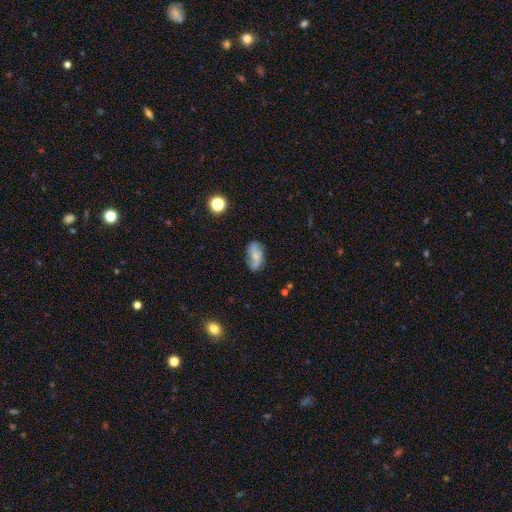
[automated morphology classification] Smooth or featured? Predicted: featured or disk (p=0.50). Edge-on disk? Predicted: no (p=0.95). Merging? Predicted: none (p=0.67).